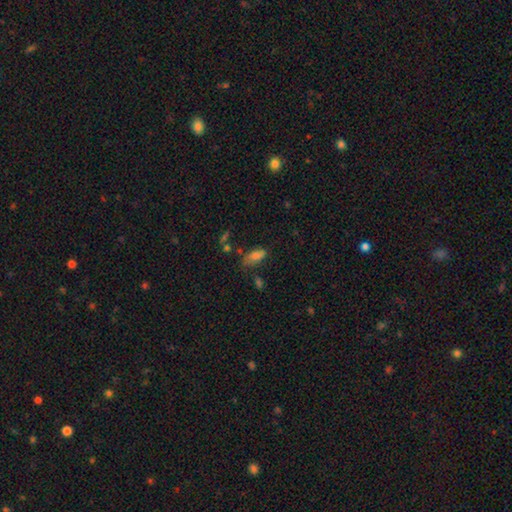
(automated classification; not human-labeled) Morphology: type=smooth (76%); roundness=in between (83%); merging=none (55%).